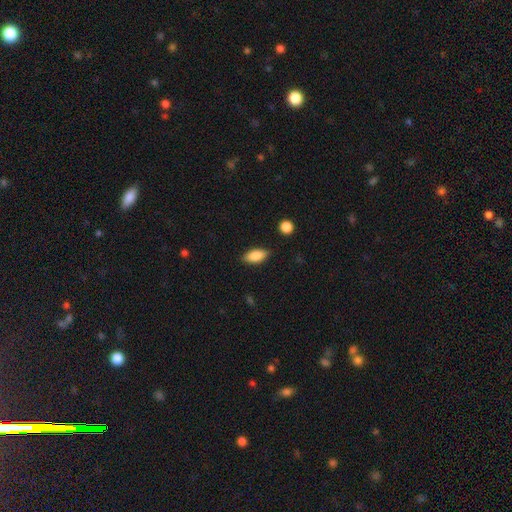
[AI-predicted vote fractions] Q: Smooth or featured?
A: smooth (84%); runner-up: featured or disk (9%)
Q: How rounded?
A: in between (87%); runner-up: cigar-shaped (10%)
Q: Merging?
A: none (85%); runner-up: minor disturbance (11%)